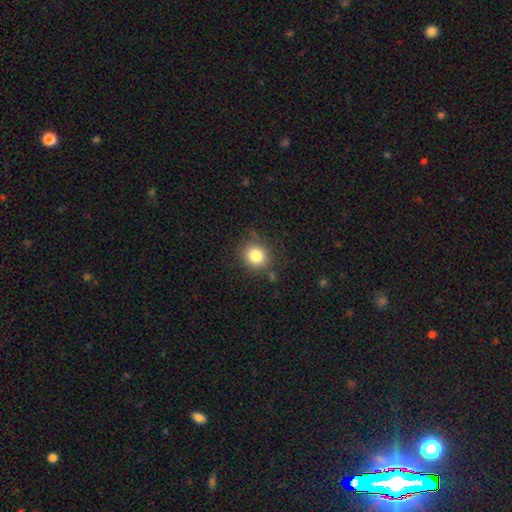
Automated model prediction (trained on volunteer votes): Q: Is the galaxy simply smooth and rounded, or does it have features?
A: smooth — 83%.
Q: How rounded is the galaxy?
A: round — 85%.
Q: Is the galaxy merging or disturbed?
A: none — 80%.